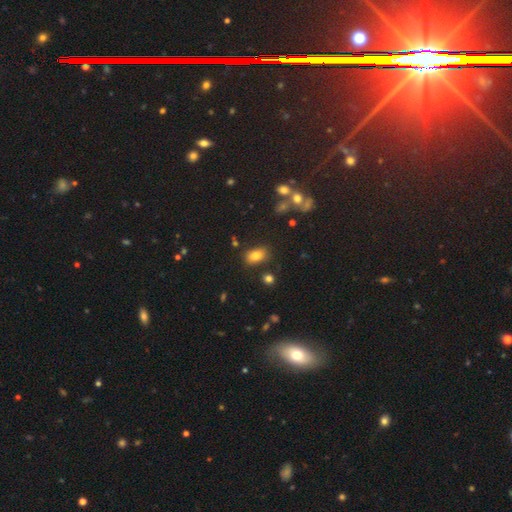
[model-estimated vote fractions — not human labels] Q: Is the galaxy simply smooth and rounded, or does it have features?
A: smooth — 80%.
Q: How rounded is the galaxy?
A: in between — 86%.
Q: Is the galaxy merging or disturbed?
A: none — 80%.